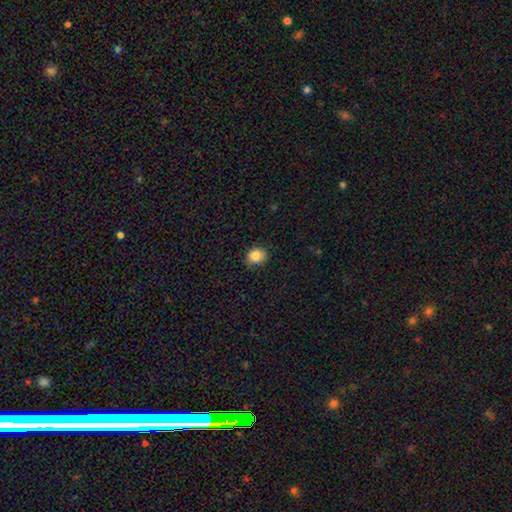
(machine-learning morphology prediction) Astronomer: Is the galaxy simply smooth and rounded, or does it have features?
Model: smooth — 86%.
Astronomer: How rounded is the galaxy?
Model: round — 71%.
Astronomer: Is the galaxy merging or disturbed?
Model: none — 82%.